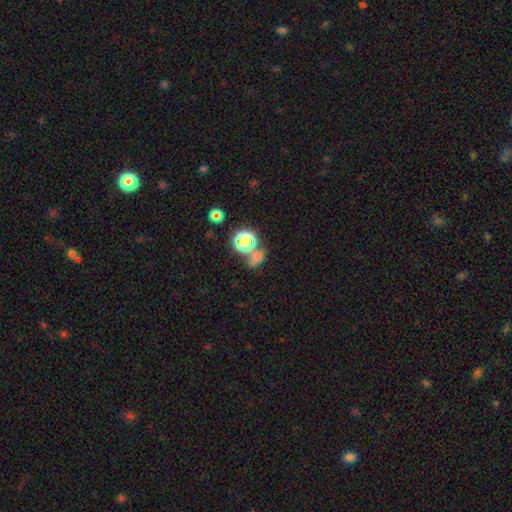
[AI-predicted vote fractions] Smooth or featured? Predicted: smooth (p=0.46). Merging? Predicted: none (p=0.53).